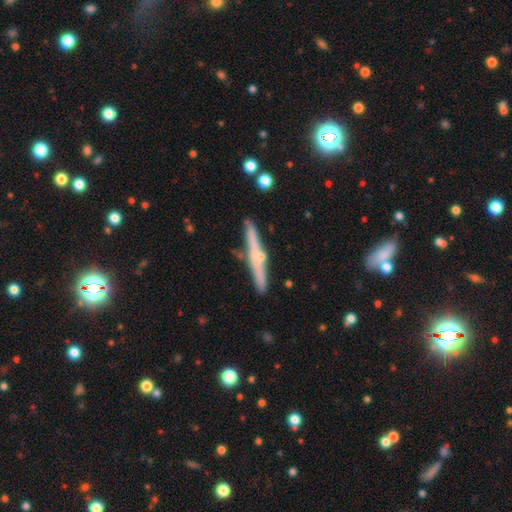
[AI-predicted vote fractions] Smooth or featured: featured or disk — 66% (smooth — 27%)
Edge-on disk: yes — 96% (no — 4%)
Edge-on bulge: rounded — 62% (none — 27%)
Merging: none — 84% (minor disturbance — 11%)